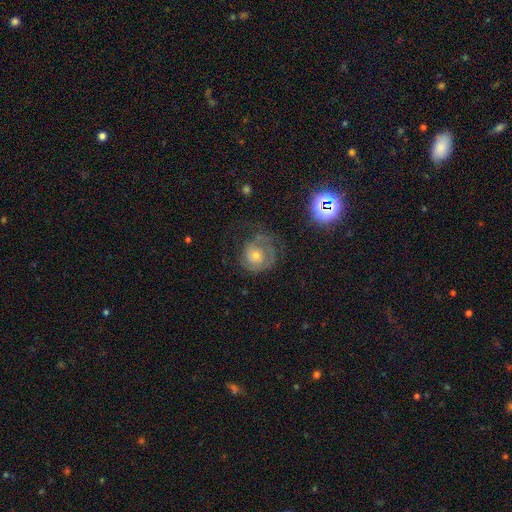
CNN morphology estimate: smooth_or_featured: featured or disk (p=0.64) [alt: smooth p=0.24]
disk_edge_on: no (p=0.97) [alt: yes p=0.03]
bar: no (p=0.79) [alt: weak p=0.18]
has_spiral_arms: yes (p=0.83) [alt: no p=0.17]
spiral_winding: tight (p=0.58) [alt: medium p=0.30]
spiral_arm_count: can't tell (p=0.33) [tied with: 2 p=0.33]
bulge_size: moderate (p=0.49) [alt: small p=0.44]
merging: none (p=0.51) [alt: major disturbance p=0.25]